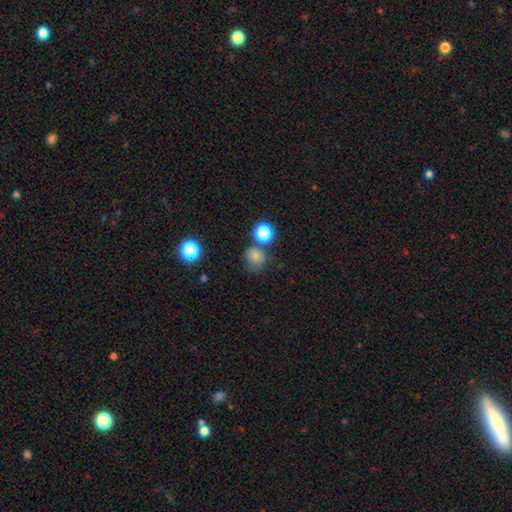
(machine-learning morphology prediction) This appears to be a smooth galaxy with no disk features (74%) that is round (84%). Merging: none (63%).